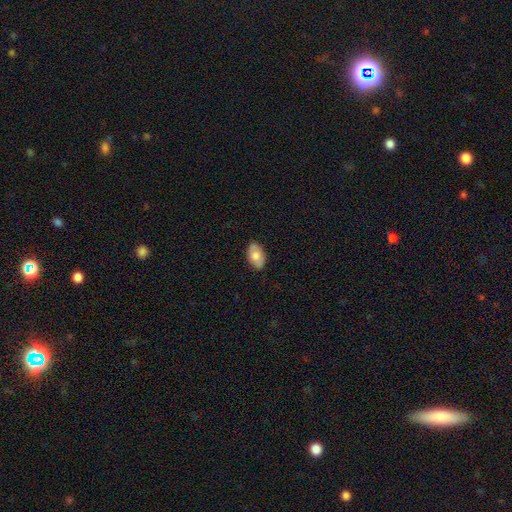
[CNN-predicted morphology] Smooth or featured?
  - smooth: 74% *
  - featured or disk: 19%
  - star or artifact: 7%
How rounded?
  - in between: 92% *
  - round: 6%
  - cigar-shaped: 2%
Merging?
  - none: 84% *
  - minor disturbance: 13%
  - major disturbance: 2%
  - merger: 1%